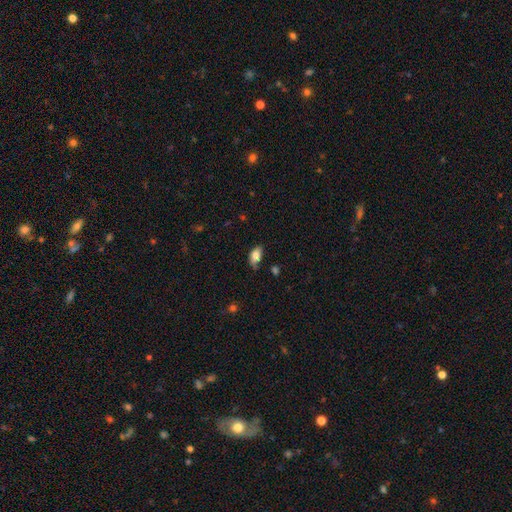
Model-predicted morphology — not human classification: A smooth galaxy with no disk features (79%) that is in between round and cigar-shaped (89%).

Vote fractions:
- Smooth or featured? smooth: 79% / featured or disk: 13% / star or artifact: 8%
- How rounded? in between: 89% / round: 6% / cigar-shaped: 5%
- Merging? none: 55% / minor disturbance: 33% / major disturbance: 8% / merger: 4%